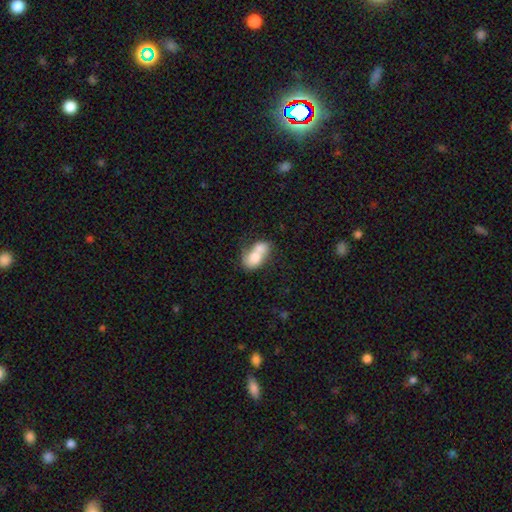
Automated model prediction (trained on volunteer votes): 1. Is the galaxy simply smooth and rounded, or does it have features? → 70% smooth, 22% featured or disk, 8% star or artifact.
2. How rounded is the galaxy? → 76% in between, 21% round, 2% cigar-shaped.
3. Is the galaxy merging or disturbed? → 71% merger, 16% none, 8% minor disturbance, 6% major disturbance.